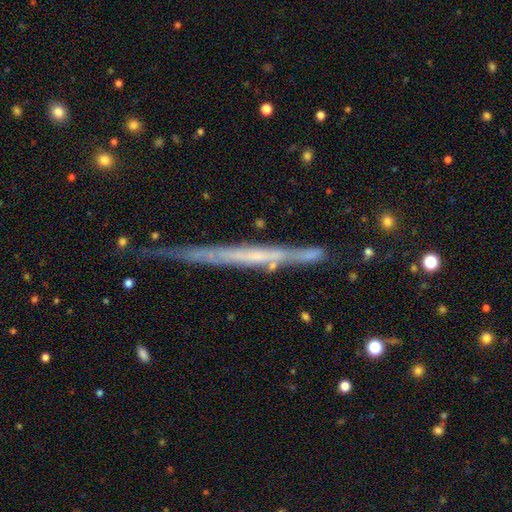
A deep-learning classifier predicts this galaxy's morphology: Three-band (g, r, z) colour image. It shows a featured or disk galaxy (69%) viewed edge-on (94%) with no central bulge (80%). Merging: none (66%).